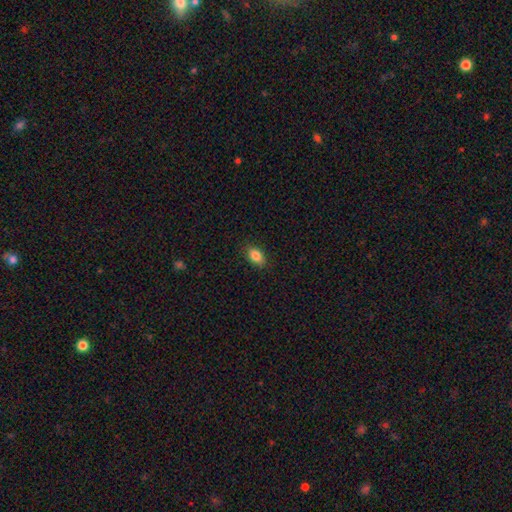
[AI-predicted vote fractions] This appears to be a smooth galaxy with no disk features (86%) that is in between round and cigar-shaped (87%). Merging: none (88%).